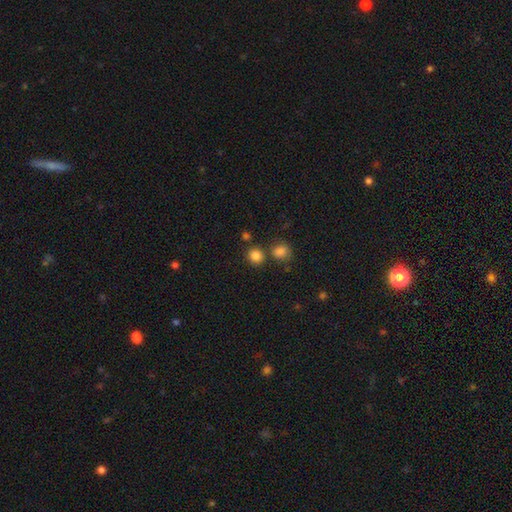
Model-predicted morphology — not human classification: This is clearly a smooth galaxy (84%). How rounded: clearly round (84%). Merging: likely none (75%).